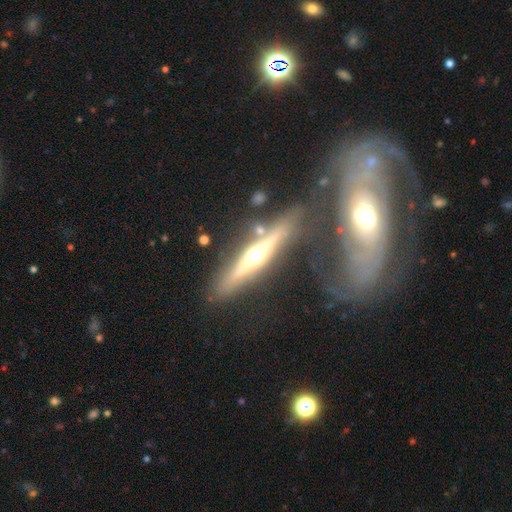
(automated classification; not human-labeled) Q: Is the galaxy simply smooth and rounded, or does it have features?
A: featured or disk — 73%.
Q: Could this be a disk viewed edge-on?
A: yes — 93%.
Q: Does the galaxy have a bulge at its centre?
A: rounded — 93%.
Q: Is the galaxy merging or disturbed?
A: none — 70%.